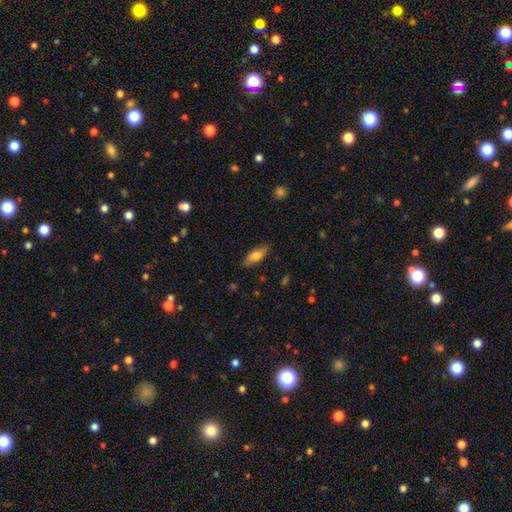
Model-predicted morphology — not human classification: This appears to be a smooth galaxy with no disk features (75%) that is in between round and cigar-shaped (78%). Merging: none (84%).